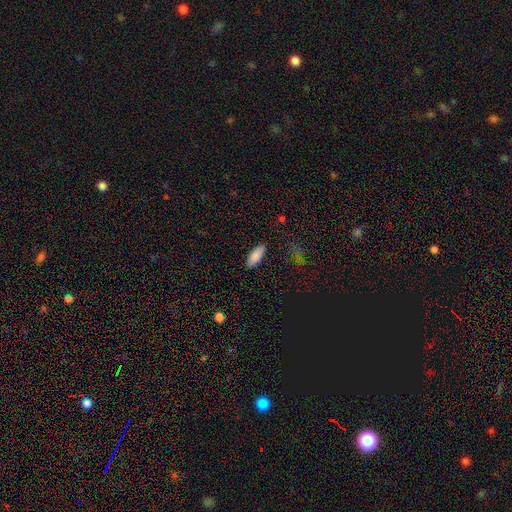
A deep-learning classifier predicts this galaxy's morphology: Smooth or featured? smooth (87%)
How rounded? in between (78%)
Merging? none (87%)